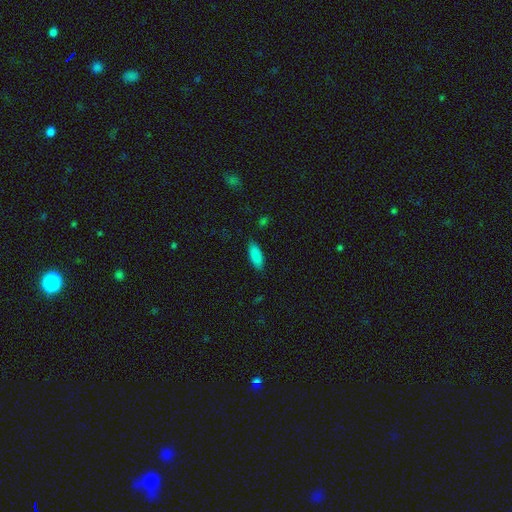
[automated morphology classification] Q: Smooth or featured?
A: smooth (88%); runner-up: star or artifact (7%)
Q: How rounded?
A: in between (75%); runner-up: cigar-shaped (23%)
Q: Merging?
A: none (85%); runner-up: minor disturbance (11%)